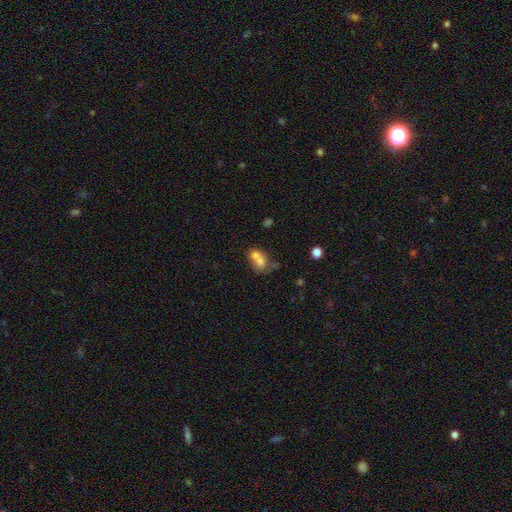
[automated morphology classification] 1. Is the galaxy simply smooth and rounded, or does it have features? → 68% smooth, 21% featured or disk, 11% star or artifact.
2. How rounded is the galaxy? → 53% in between, 45% round, 2% cigar-shaped.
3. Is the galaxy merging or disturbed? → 67% merger, 20% none, 8% minor disturbance, 6% major disturbance.